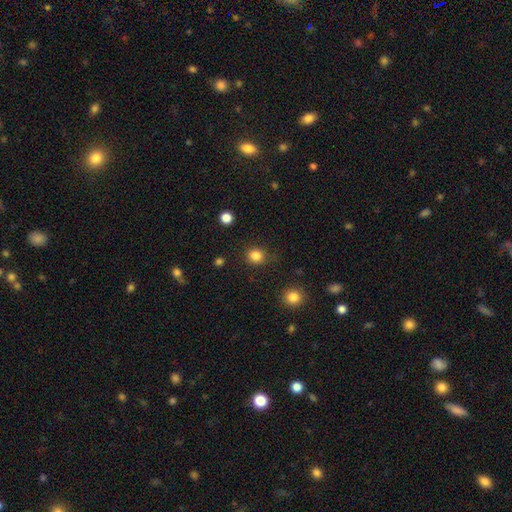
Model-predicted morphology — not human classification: Overall: smooth (84%). How rounded: round (86%). Merging: none (84%).